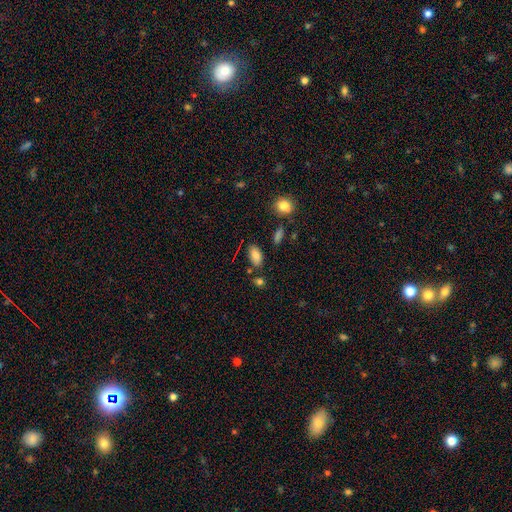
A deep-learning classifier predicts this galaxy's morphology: This appears to be a smooth galaxy with no disk features (83%) that is in between round and cigar-shaped (92%). Merging: none (73%).